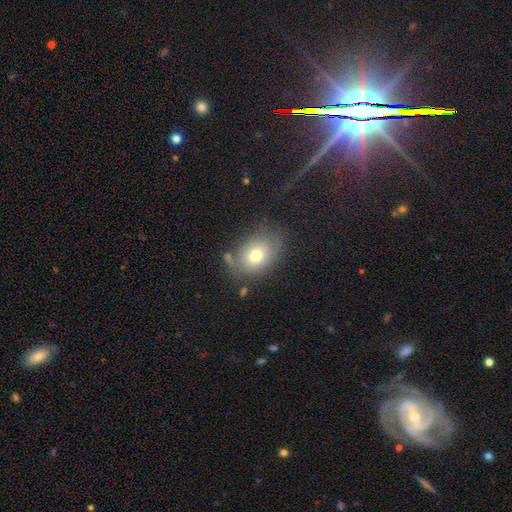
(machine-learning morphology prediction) Smooth or featured? Predicted: smooth (p=0.69). How rounded? Predicted: in between (p=0.65). Merging? Predicted: none (p=0.63).